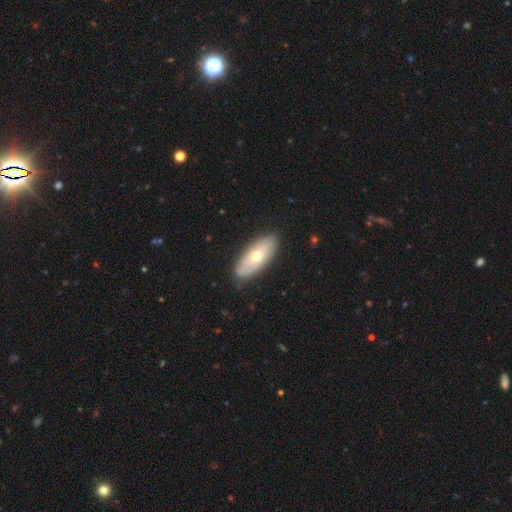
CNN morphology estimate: Q: Smooth or featured?
A: smooth (53%); runner-up: featured or disk (41%)
Q: How rounded?
A: in between (82%); runner-up: cigar-shaped (15%)
Q: Merging?
A: none (86%); runner-up: minor disturbance (11%)